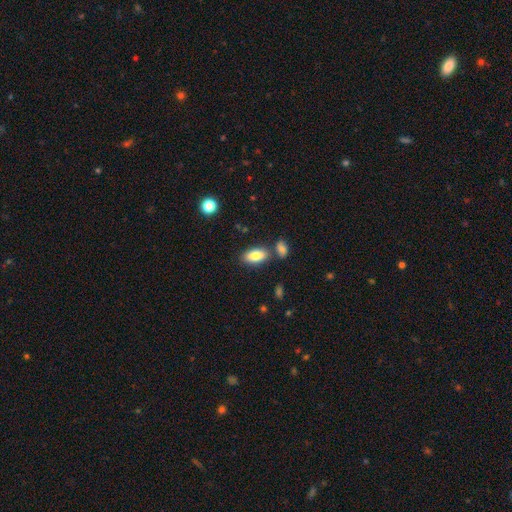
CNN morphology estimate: The model was most divided on "merging": none: 72%, merger: 13%, minor disturbance: 12%, major disturbance: 3%. More confident: how rounded — in between (92%); smooth or featured — smooth (83%).